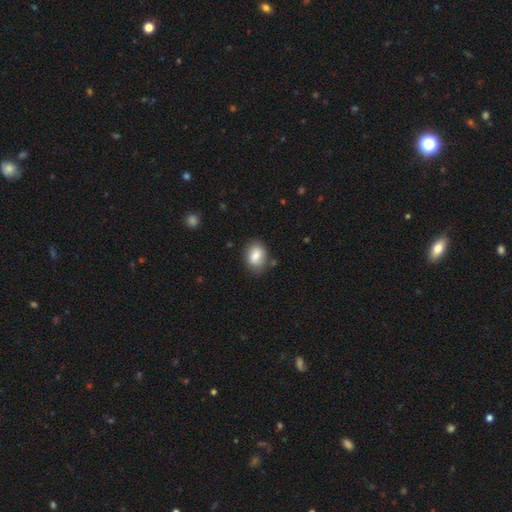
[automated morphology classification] Smooth or featured? smooth (79%)
How rounded? in between (73%)
Merging? none (72%)